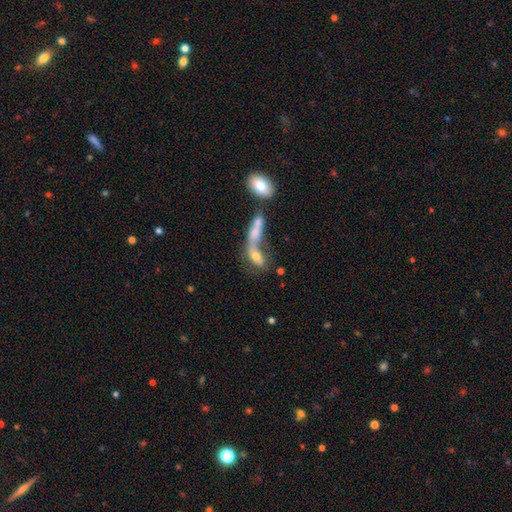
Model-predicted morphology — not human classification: Smooth or featured?
  - featured or disk: 41% *
  - smooth: 40%
  - star or artifact: 19%
Merging?
  - merger: 58% *
  - none: 23%
  - major disturbance: 11%
  - minor disturbance: 8%